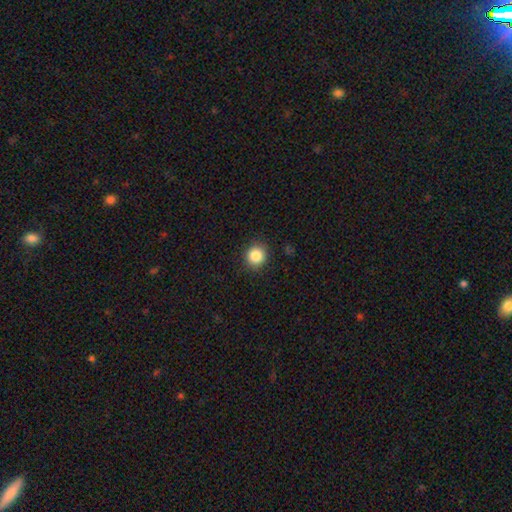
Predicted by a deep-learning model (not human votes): Smooth or featured? smooth (86%)
How rounded? round (89%)
Merging? none (89%)